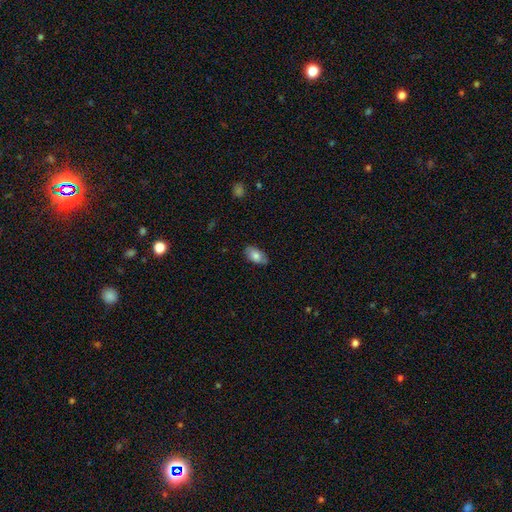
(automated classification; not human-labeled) Smooth or featured?
  - smooth: 78% *
  - featured or disk: 16%
  - star or artifact: 7%
How rounded?
  - in between: 93% *
  - round: 4%
  - cigar-shaped: 3%
Merging?
  - none: 79% *
  - minor disturbance: 17%
  - major disturbance: 3%
  - merger: 1%